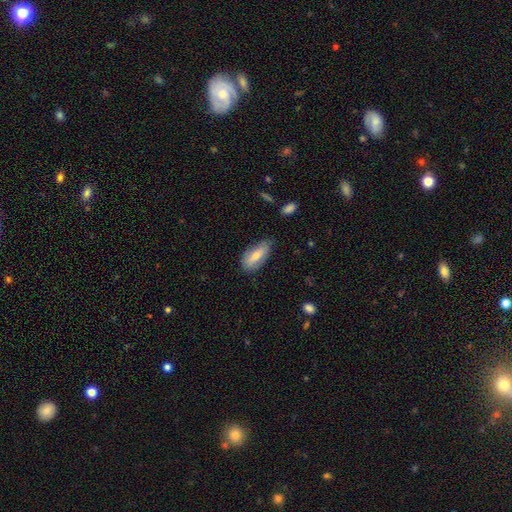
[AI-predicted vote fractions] Morphology: type=smooth (66%); roundness=in between (83%); merging=none (71%).